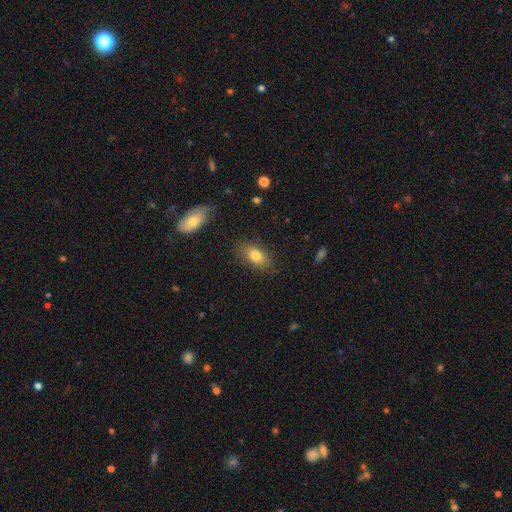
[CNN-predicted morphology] Smooth or featured: smooth — 79% (featured or disk — 12%)
How rounded: in between — 85% (round — 10%)
Merging: none — 81% (minor disturbance — 13%)